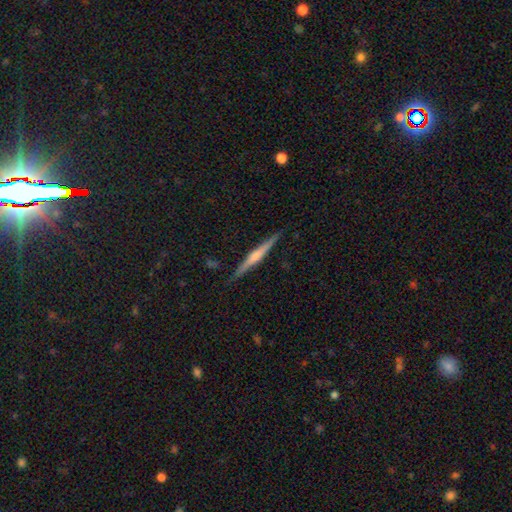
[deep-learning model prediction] This appears to be a featured or disk galaxy (66%) viewed edge-on (98%) with a rounded central bulge (57%). Merging: none (90%).